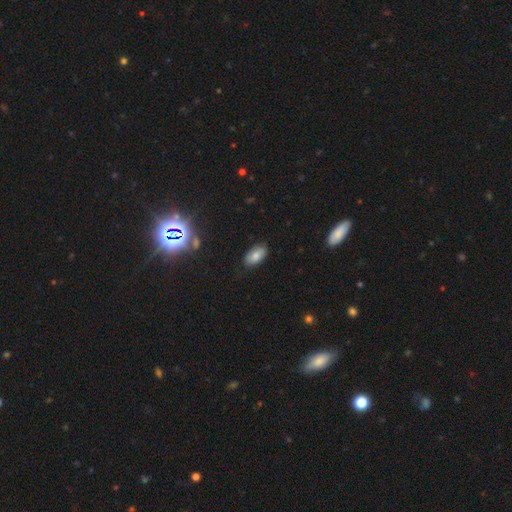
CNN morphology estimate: Overall: smooth (76%). How rounded: in between (94%). Merging: none (81%).